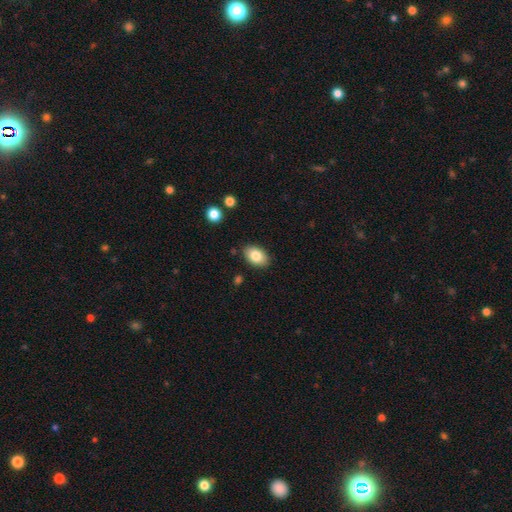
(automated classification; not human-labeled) Smooth or featured?
  - smooth: 83% *
  - featured or disk: 10%
  - star or artifact: 7%
How rounded?
  - in between: 89% *
  - round: 10%
  - cigar-shaped: 1%
Merging?
  - none: 86% *
  - minor disturbance: 10%
  - major disturbance: 2%
  - merger: 2%